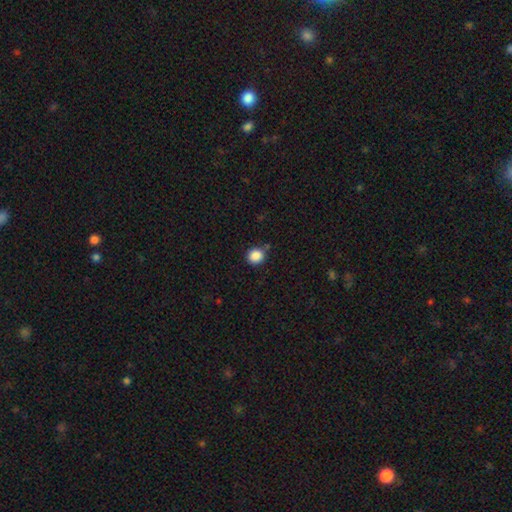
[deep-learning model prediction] Smooth or featured? Predicted: smooth (p=0.87). How rounded? Predicted: round (p=0.88). Merging? Predicted: none (p=0.80).